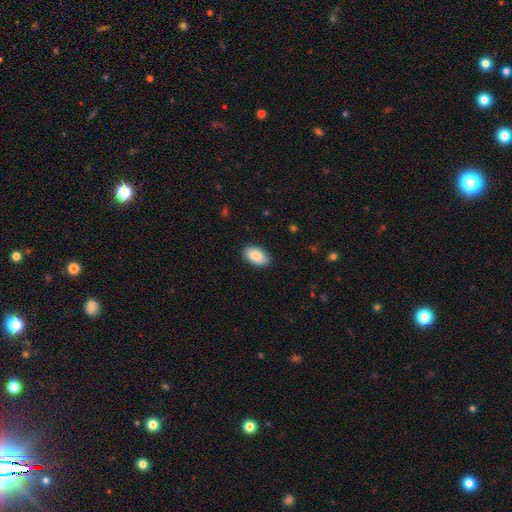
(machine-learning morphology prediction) Smooth or featured: smooth — 87% (featured or disk — 7%)
How rounded: in between — 94% (round — 4%)
Merging: none — 86% (minor disturbance — 11%)